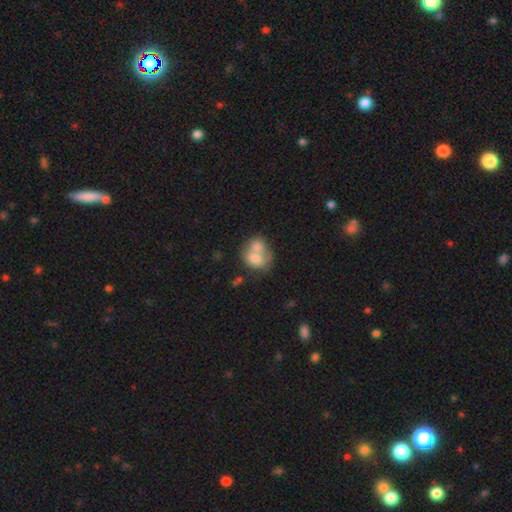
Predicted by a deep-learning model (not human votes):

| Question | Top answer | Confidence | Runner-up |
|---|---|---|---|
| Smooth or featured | smooth | 71% | featured or disk (21%) |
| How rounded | in between | 51% | round (48%) |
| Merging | merger | 67% | none (21%) |